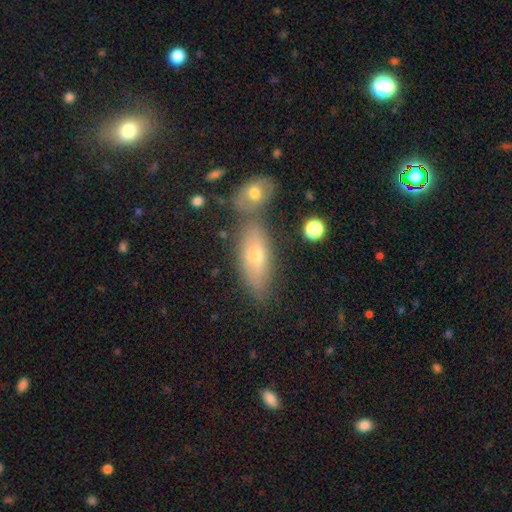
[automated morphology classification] This appears to be a smooth galaxy with no disk features (59%) that is in between round and cigar-shaped (72%). Merging: none (58%).